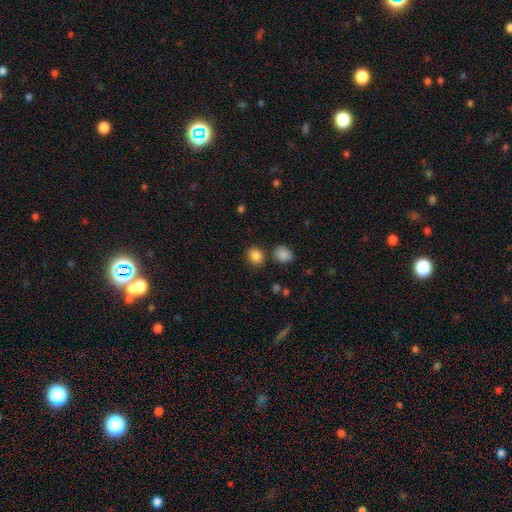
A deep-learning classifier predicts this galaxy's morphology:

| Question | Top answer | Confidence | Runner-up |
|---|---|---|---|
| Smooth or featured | smooth | 86% | star or artifact (11%) |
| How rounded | round | 64% | in between (35%) |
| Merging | none | 78% | minor disturbance (10%) |